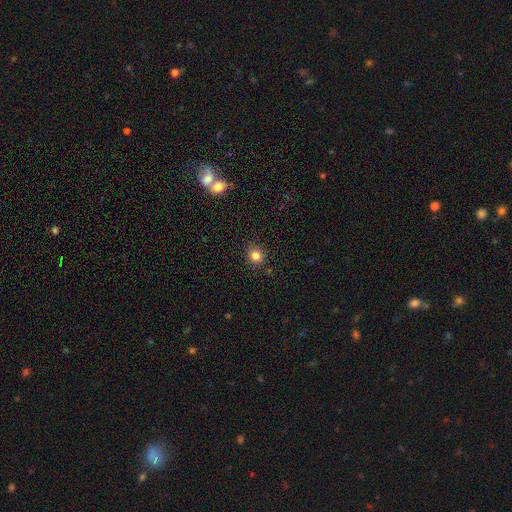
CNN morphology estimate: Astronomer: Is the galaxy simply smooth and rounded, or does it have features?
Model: smooth — 82%.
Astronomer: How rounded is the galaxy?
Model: round — 89%.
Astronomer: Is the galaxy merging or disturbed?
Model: none — 88%.